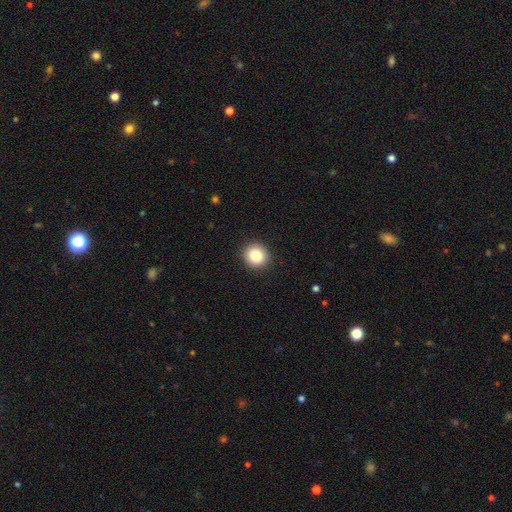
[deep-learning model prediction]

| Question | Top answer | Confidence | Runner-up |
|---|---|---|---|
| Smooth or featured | smooth | 85% | star or artifact (9%) |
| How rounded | round | 92% | in between (7%) |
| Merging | none | 92% | minor disturbance (5%) |